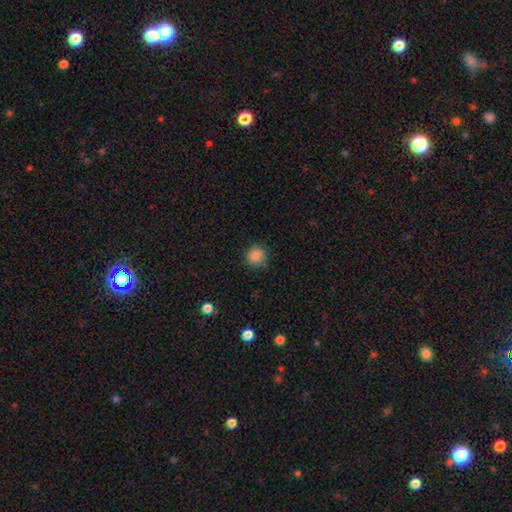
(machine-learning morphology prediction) smooth-or-featured: smooth: 87% | star or artifact: 10% | featured or disk: 3%
  how-rounded: round: 93% | in between: 6% | cigar-shaped: 1%
  merging: none: 85% | minor disturbance: 11% | major disturbance: 3% | merger: 1%